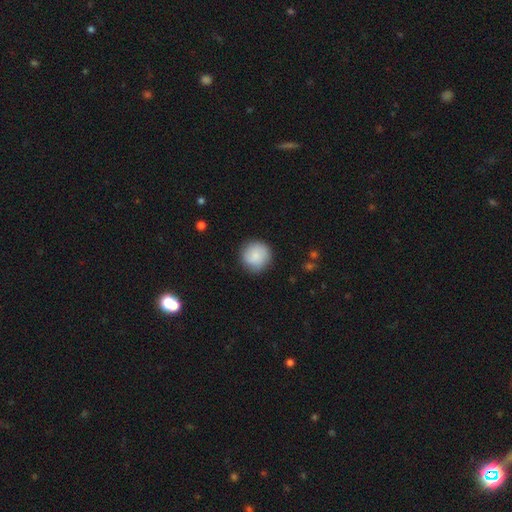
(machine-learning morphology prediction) Smooth or featured: smooth — 83% (featured or disk — 11%)
How rounded: round — 95% (in between — 4%)
Merging: none — 86% (minor disturbance — 11%)